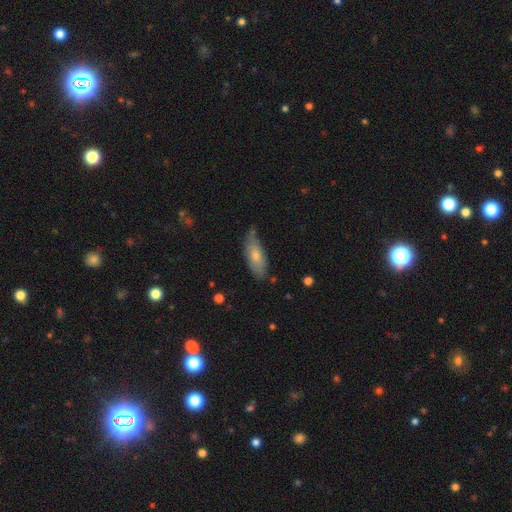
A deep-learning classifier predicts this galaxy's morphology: A smooth galaxy with no disk features (72%) that is in between round and cigar-shaped (69%). Merging: none (62%).